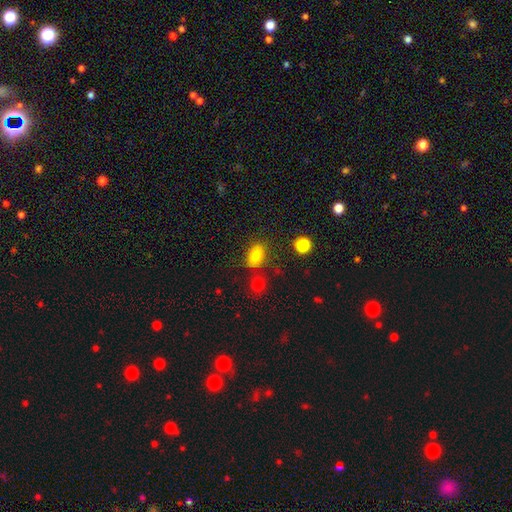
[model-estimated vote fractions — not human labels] Smooth or featured? Predicted: smooth (p=0.80). How rounded? Predicted: in between (p=0.83). Merging? Predicted: none (p=0.72).